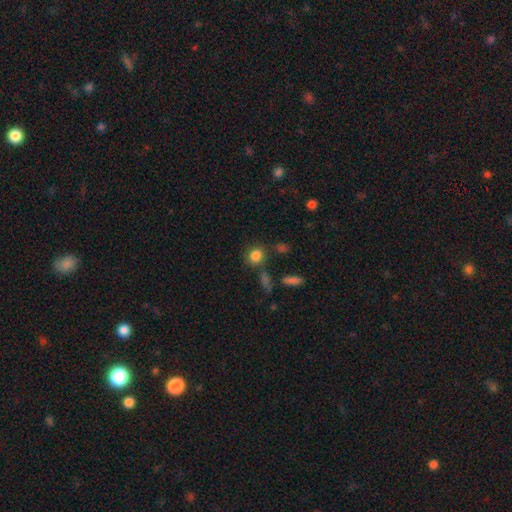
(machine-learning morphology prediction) A smooth galaxy with no disk features (83%) that is round (67%). Merging: none (71%).